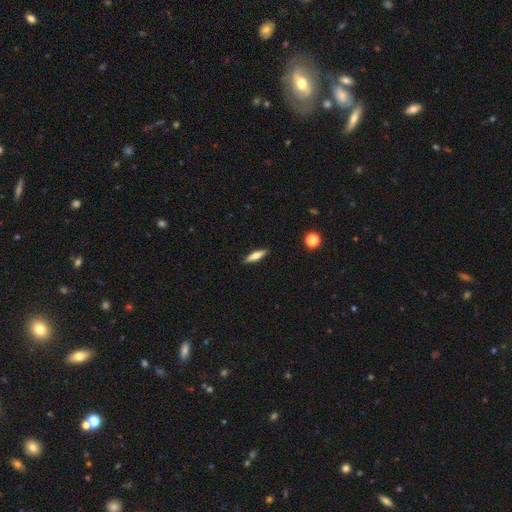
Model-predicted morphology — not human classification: smooth_or_featured: smooth (p=0.63) [alt: featured or disk p=0.31]
how_rounded: cigar-shaped (p=0.71) [alt: in between p=0.27]
merging: none (p=0.90) [alt: minor disturbance p=0.07]